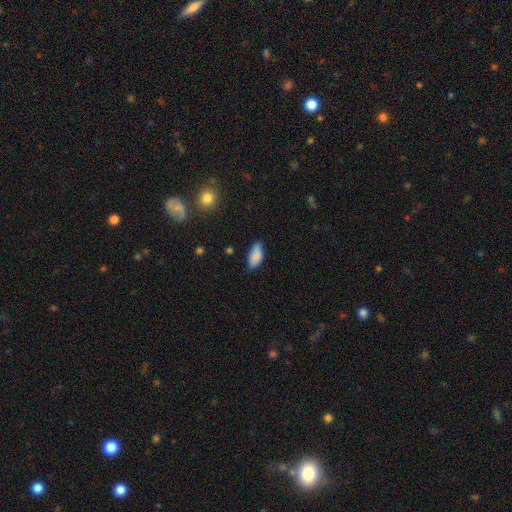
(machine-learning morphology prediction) Overall: smooth (83%). How rounded: in between (88%). Merging: none (62%; minor disturbance 31%).